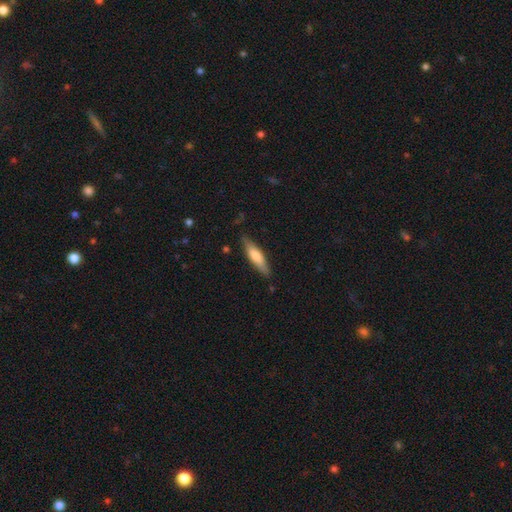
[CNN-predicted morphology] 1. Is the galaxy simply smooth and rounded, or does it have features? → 62% smooth, 32% featured or disk, 6% star or artifact.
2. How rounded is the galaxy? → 74% cigar-shaped, 25% in between, 2% round.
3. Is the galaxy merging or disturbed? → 82% none, 13% minor disturbance, 3% major disturbance, 1% merger.